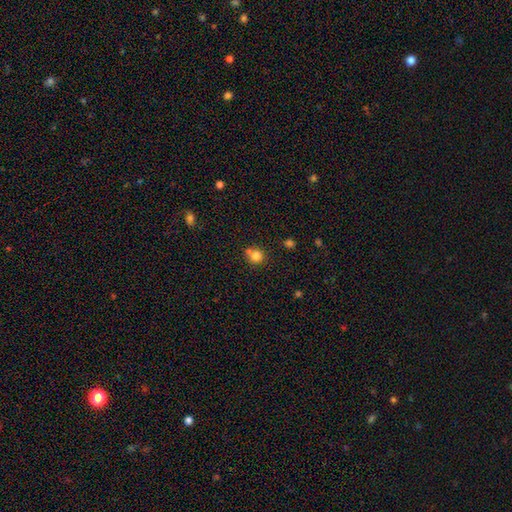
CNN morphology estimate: A smooth galaxy with no disk features (80%) that is round (88%). Merging: none (57%).